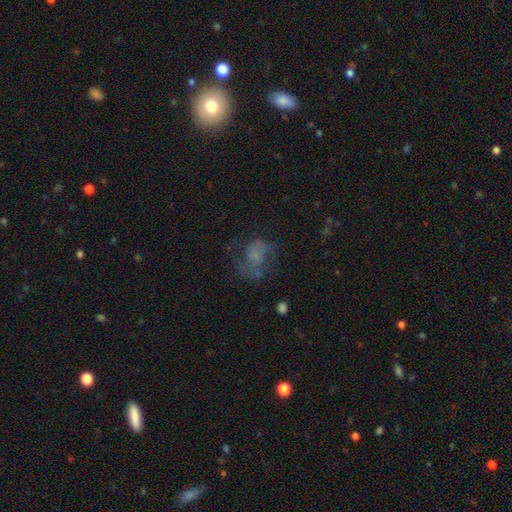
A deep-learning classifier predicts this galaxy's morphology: smooth_or_featured: featured or disk (p=0.46) [alt: smooth p=0.36]
merging: none (p=0.45) [alt: major disturbance p=0.31]